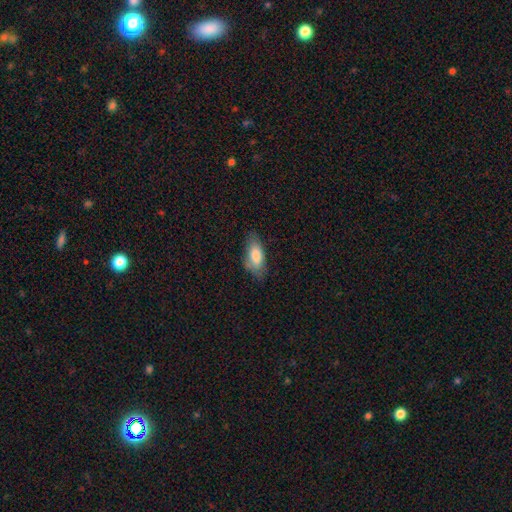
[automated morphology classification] type=smooth (79%); roundness=in between (87%); merging=none (66%).